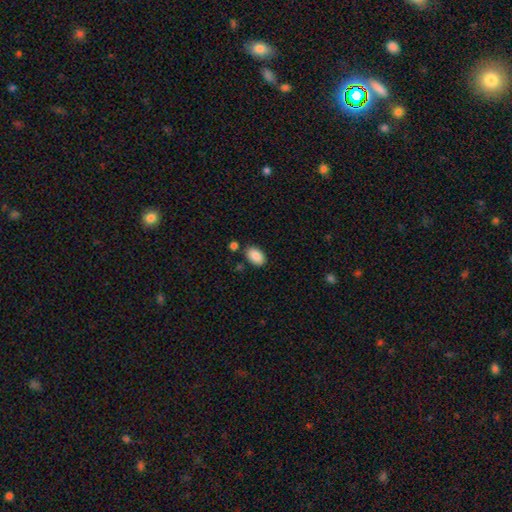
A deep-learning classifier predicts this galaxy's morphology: This appears to be a smooth galaxy with no disk features (88%) that is in between round and cigar-shaped (92%). Merging: none (82%).